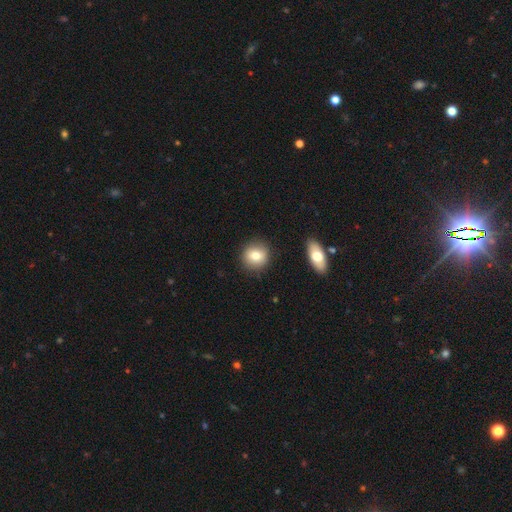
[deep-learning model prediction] This is likely a smooth galaxy (78%). How rounded: clearly round (86%). Merging: clearly none (86%).